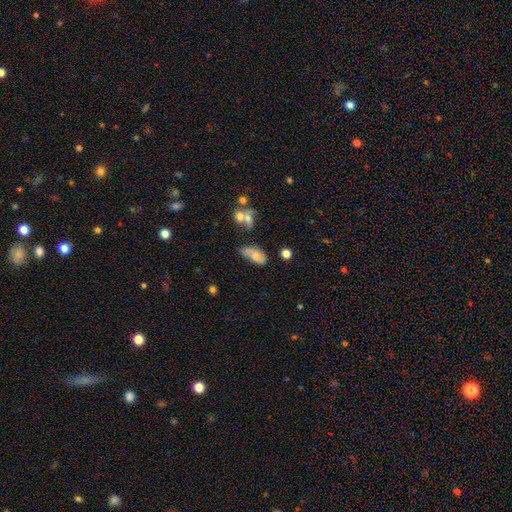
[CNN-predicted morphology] Smooth or featured?
  - smooth: 58% *
  - featured or disk: 33%
  - star or artifact: 9%
How rounded?
  - in between: 89% *
  - round: 6%
  - cigar-shaped: 5%
Merging?
  - none: 34% *
  - minor disturbance: 33%
  - major disturbance: 17%
  - merger: 16%